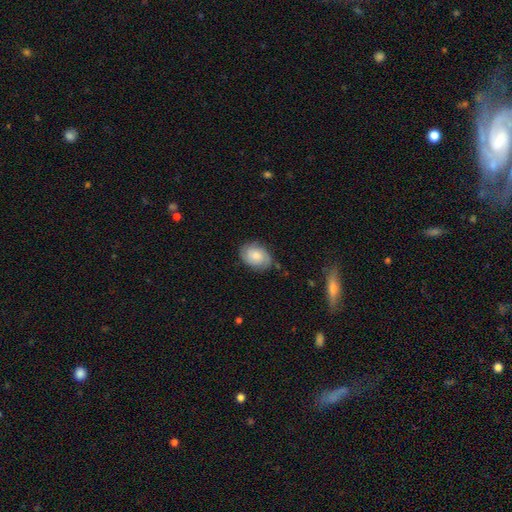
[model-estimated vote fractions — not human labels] smooth-or-featured: smooth: 59% | featured or disk: 34% | star or artifact: 8%
  how-rounded: in between: 72% | round: 27% | cigar-shaped: 1%
  merging: none: 76% | minor disturbance: 18% | major disturbance: 4% | merger: 1%